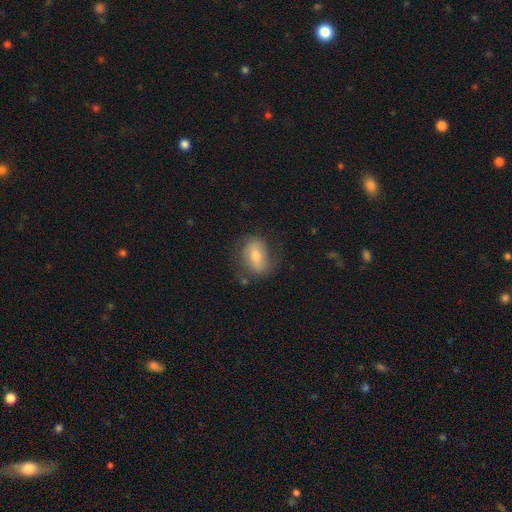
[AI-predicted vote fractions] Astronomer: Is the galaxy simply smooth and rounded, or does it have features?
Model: smooth — 53% (runner-up: featured or disk, 39%).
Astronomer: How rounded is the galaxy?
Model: in between — 75%.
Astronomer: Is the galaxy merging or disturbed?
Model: none — 64%.